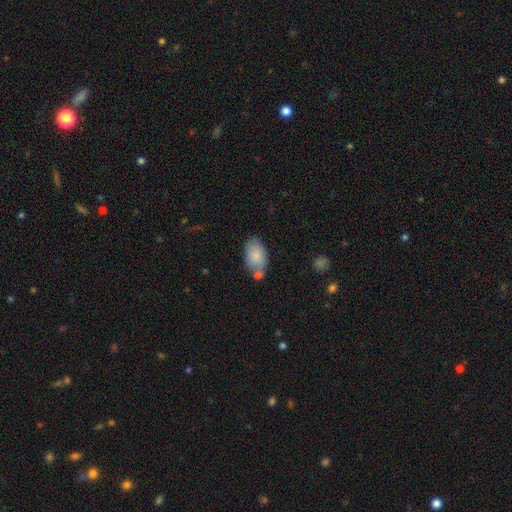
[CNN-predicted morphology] Smooth or featured?
  - smooth: 82% *
  - featured or disk: 11%
  - star or artifact: 6%
How rounded?
  - in between: 93% *
  - round: 5%
  - cigar-shaped: 2%
Merging?
  - none: 57% *
  - minor disturbance: 21%
  - merger: 17%
  - major disturbance: 5%